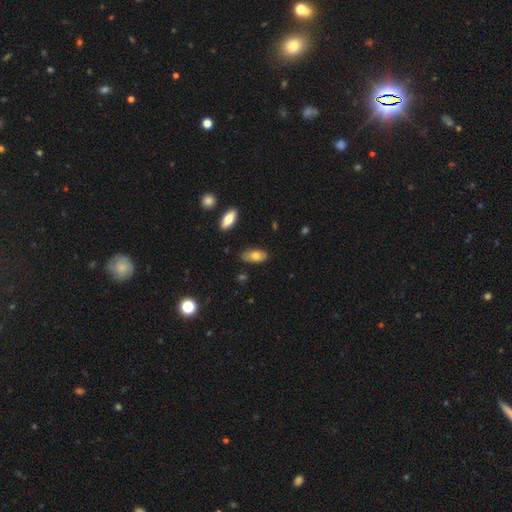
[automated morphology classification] Overall: smooth (71%). How rounded: in between (90%). Merging: none (71%).